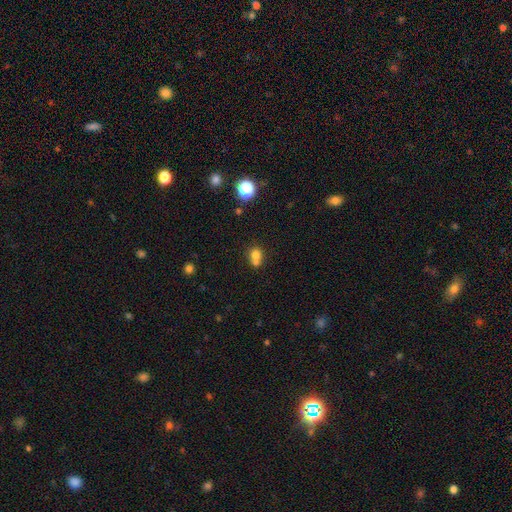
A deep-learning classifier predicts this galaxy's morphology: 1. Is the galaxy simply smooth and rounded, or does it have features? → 72% smooth, 14% star or artifact, 13% featured or disk.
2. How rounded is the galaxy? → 70% round, 28% in between, 1% cigar-shaped.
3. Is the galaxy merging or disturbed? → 49% merger, 37% none, 9% minor disturbance, 4% major disturbance.